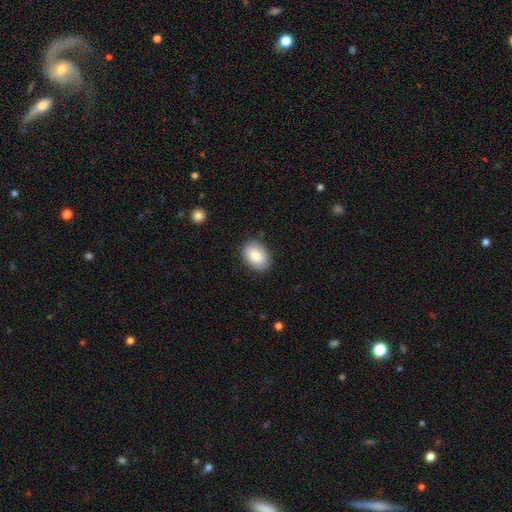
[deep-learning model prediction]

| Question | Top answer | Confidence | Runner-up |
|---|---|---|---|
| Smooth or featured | smooth | 86% | featured or disk (8%) |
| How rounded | in between | 86% | round (13%) |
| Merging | none | 85% | minor disturbance (11%) |